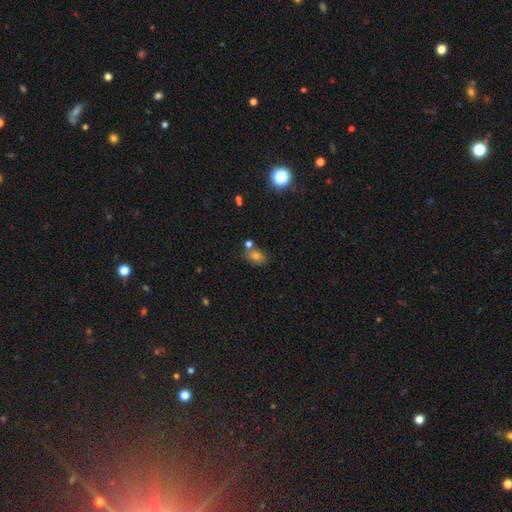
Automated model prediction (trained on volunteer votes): A smooth galaxy with no disk features (74%) that is in between round and cigar-shaped (75%).

Vote fractions:
- Smooth or featured? smooth: 74% / star or artifact: 14% / featured or disk: 13%
- How rounded? in between: 75% / round: 23% / cigar-shaped: 2%
- Merging? none: 57% / merger: 24% / minor disturbance: 14% / major disturbance: 4%